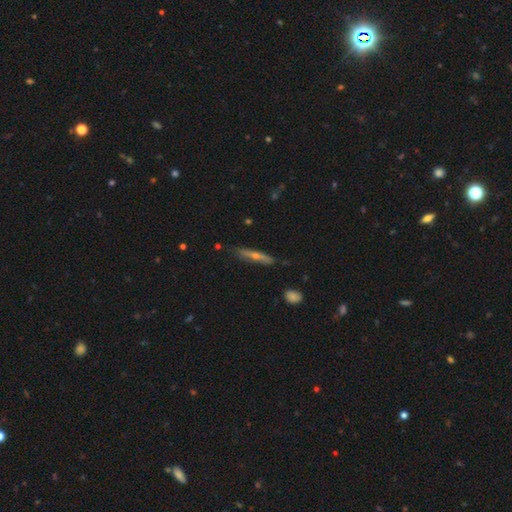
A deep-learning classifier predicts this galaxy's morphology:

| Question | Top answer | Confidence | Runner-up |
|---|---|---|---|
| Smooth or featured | featured or disk | 57% | smooth (35%) |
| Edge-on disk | yes | 91% | no (9%) |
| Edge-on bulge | rounded | 78% | none (18%) |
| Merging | none | 83% | minor disturbance (13%) |